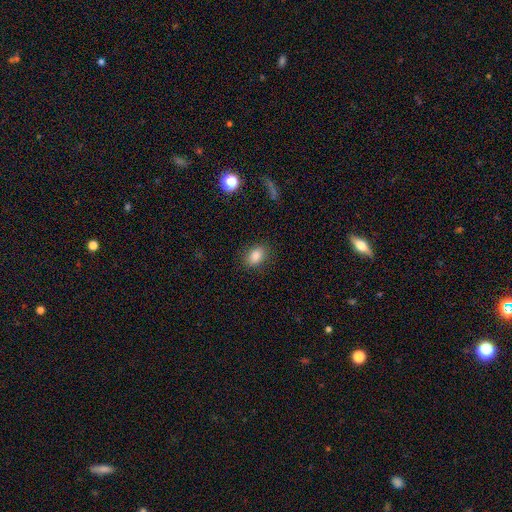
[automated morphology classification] Smooth or featured?
  - smooth: 85% *
  - star or artifact: 10%
  - featured or disk: 6%
How rounded?
  - in between: 79% *
  - round: 19%
  - cigar-shaped: 2%
Merging?
  - none: 86% *
  - minor disturbance: 10%
  - major disturbance: 3%
  - merger: 1%